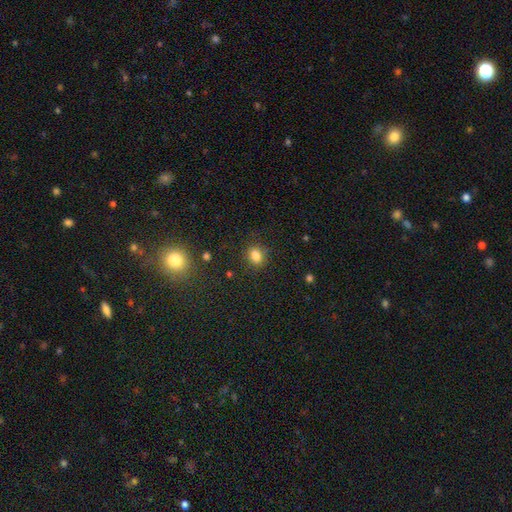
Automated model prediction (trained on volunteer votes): smooth 82%, star or artifact 12%, featured or disk 6%. Down the decision tree: how rounded — round (52%); merging — none (85%).